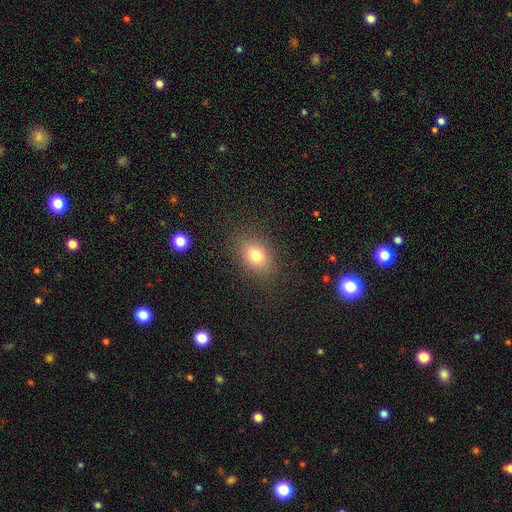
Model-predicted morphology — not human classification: A smooth galaxy with no disk features (77%) that is in between round and cigar-shaped (73%). Merging: none (84%).